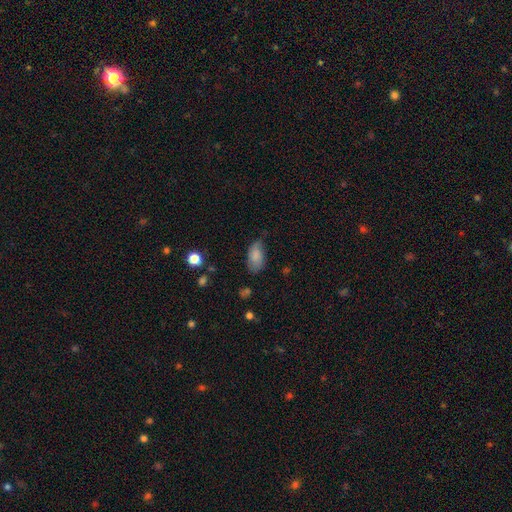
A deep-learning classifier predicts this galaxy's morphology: Overall: smooth (79%). How rounded: in between (93%). Merging: none (61%; minor disturbance 30%).